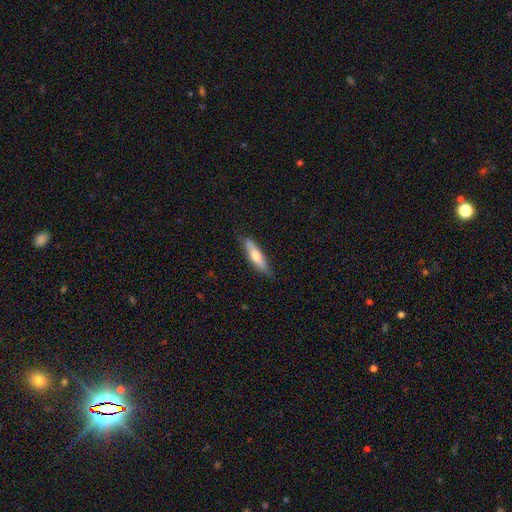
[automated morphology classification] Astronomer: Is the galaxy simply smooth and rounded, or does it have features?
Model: smooth — 64%.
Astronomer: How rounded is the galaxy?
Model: cigar-shaped — 69%.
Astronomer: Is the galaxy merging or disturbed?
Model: none — 81%.